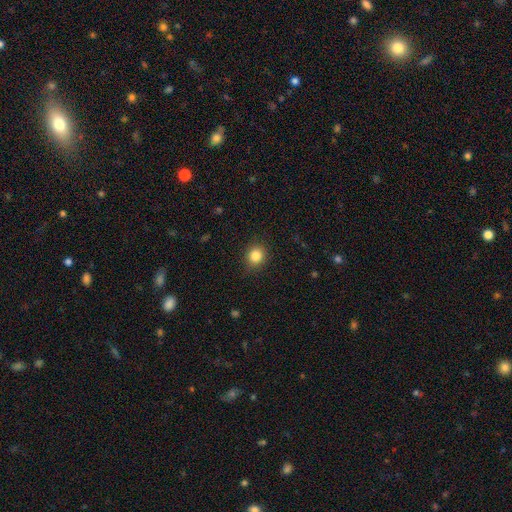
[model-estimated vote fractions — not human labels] This is clearly a smooth galaxy (84%). How rounded: clearly round (81%). Merging: clearly none (88%).